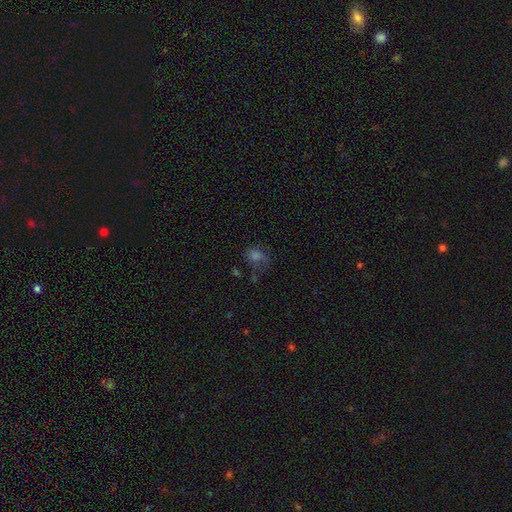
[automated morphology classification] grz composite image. It shows a smooth galaxy with no disk features (51%) that is round (53%). Merging: none (49%).